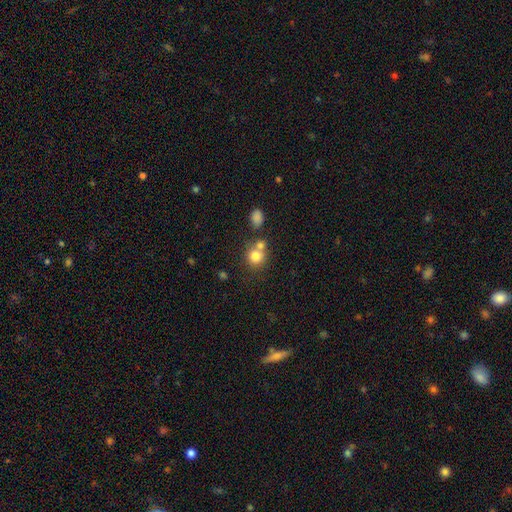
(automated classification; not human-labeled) smooth-or-featured: smooth: 79% | star or artifact: 11% | featured or disk: 10%
  how-rounded: round: 83% | in between: 16% | cigar-shaped: 1%
  merging: none: 48% | merger: 39% | minor disturbance: 9% | major disturbance: 4%